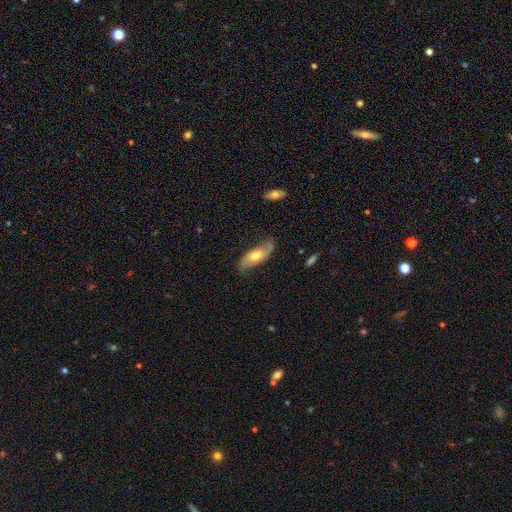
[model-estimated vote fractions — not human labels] smooth 49%, featured or disk 45%, star or artifact 6%. Down the decision tree: merging — none (65%).